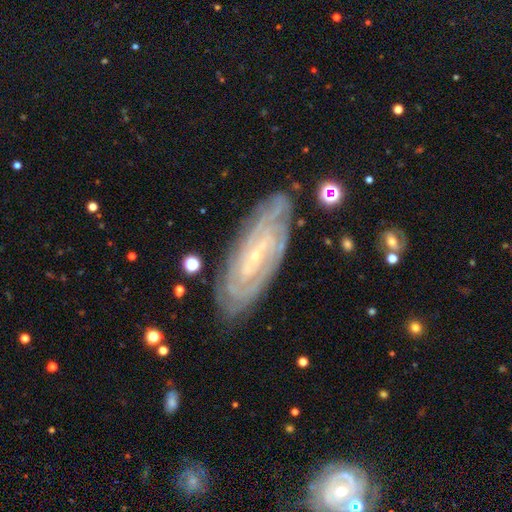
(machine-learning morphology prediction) Q: Smooth or featured?
A: featured or disk (86%); runner-up: smooth (8%)
Q: Edge-on disk?
A: no (90%); runner-up: yes (10%)
Q: Bar?
A: weak (38%); runner-up: no (35%)
Q: Spiral arms?
A: yes (96%); runner-up: no (4%)
Q: Spiral winding?
A: tight (81%); runner-up: medium (16%)
Q: Spiral arm count?
A: can't tell (38%); runner-up: 2 (18%)
Q: Bulge size?
A: small (85%); runner-up: moderate (11%)
Q: Merging?
A: none (82%); runner-up: minor disturbance (13%)